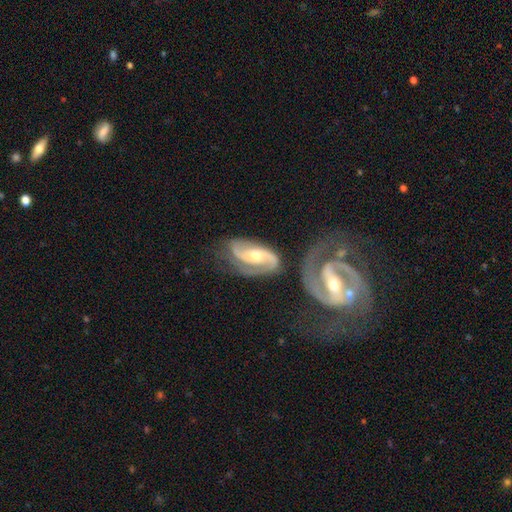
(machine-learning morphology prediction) A featured or disk galaxy (88%) with no bar (44%), 2 (88%) medium (52%) spiral arms (97%) and a moderate central bulge (69%). Merging: none (54%).